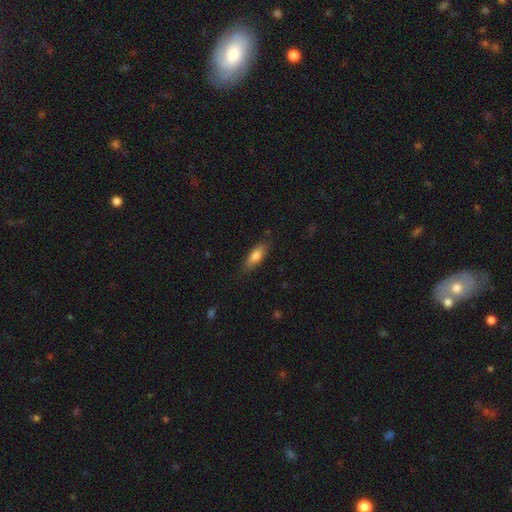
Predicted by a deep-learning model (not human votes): Smooth or featured: smooth — 79% (featured or disk — 14%)
How rounded: in between — 68% (cigar-shaped — 30%)
Merging: none — 80% (minor disturbance — 15%)